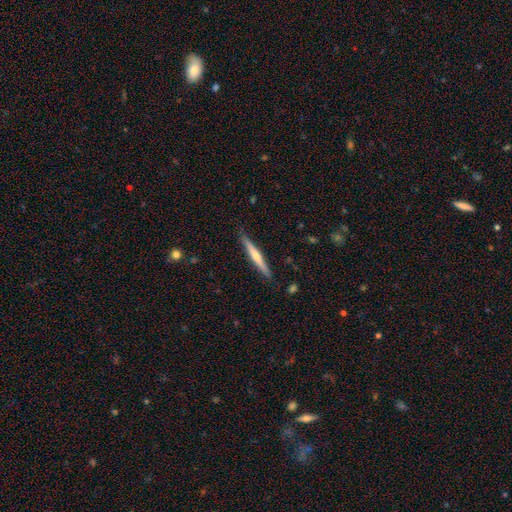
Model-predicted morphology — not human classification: Overall: featured or disk (59%; smooth 35%). Edge-on disk: yes (97%). Edge-on bulge: rounded (76%). Merging: none (89%).